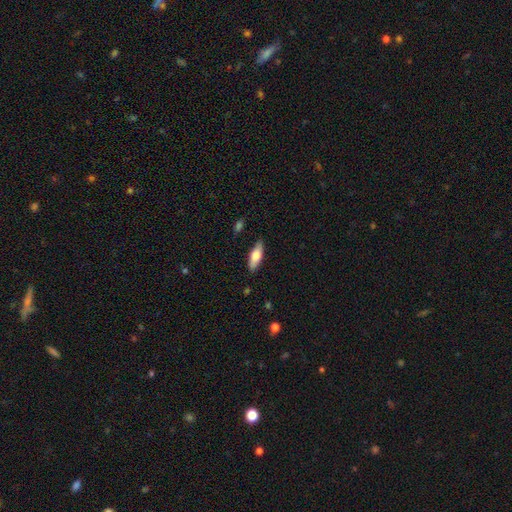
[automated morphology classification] This is likely a smooth galaxy (70%). How rounded: likely in between (65%). Merging: clearly none (86%).